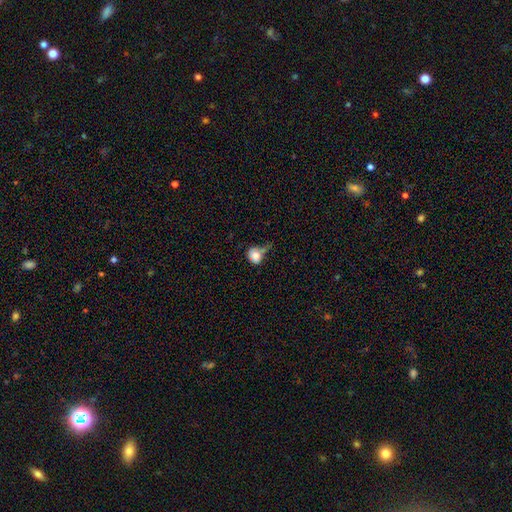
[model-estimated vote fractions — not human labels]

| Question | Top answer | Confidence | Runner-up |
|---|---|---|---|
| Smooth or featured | smooth | 75% | featured or disk (16%) |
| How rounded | round | 59% | in between (39%) |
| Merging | minor disturbance | 31% | major disturbance (29%) |